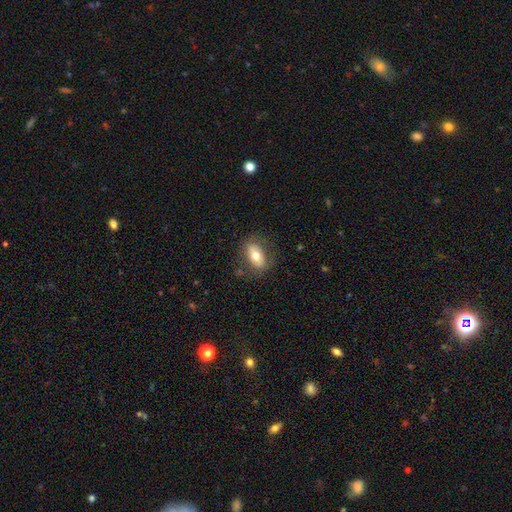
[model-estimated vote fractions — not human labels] This appears to be a smooth galaxy with no disk features (64%) that is in between round and cigar-shaped (85%). Merging: none (78%).